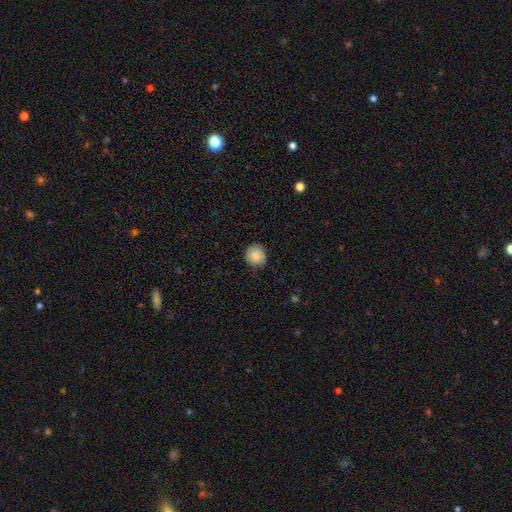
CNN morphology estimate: Smooth or featured? Predicted: smooth (p=0.85). How rounded? Predicted: round (p=0.89). Merging? Predicted: none (p=0.86).